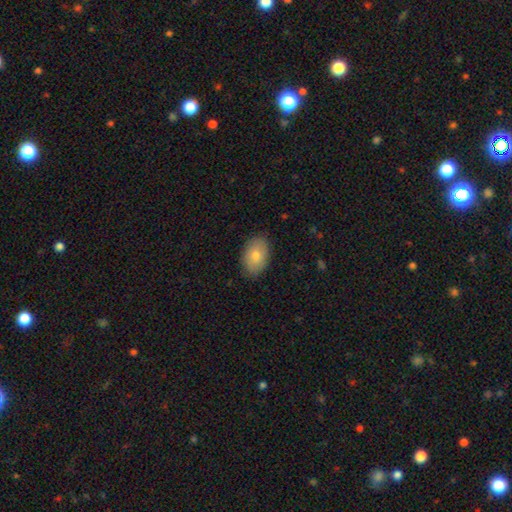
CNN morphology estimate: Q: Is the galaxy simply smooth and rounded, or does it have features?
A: smooth — 79%.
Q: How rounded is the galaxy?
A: in between — 87%.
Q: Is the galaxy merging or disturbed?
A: none — 88%.